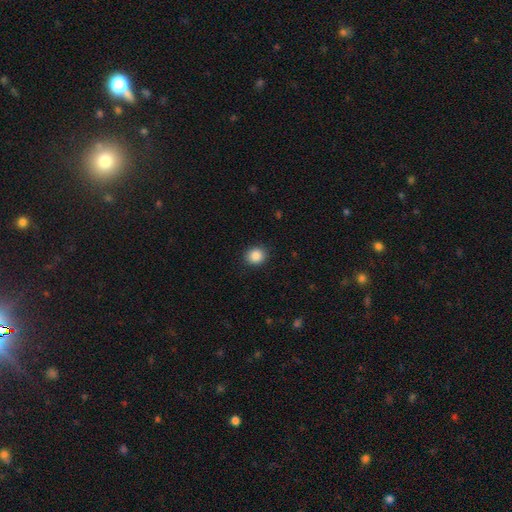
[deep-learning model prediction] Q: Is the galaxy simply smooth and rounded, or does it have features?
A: smooth — 88%.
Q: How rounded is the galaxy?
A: round — 75%.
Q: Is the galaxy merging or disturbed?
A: none — 90%.